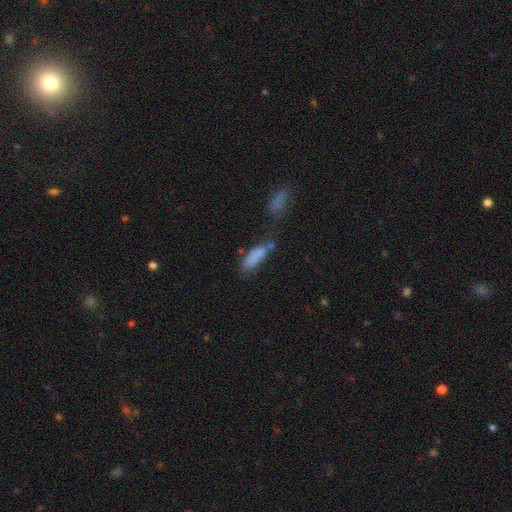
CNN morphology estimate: smooth 80%, featured or disk 10%, star or artifact 10%. Down the decision tree: how rounded — in between (53%); merging — none (40%).